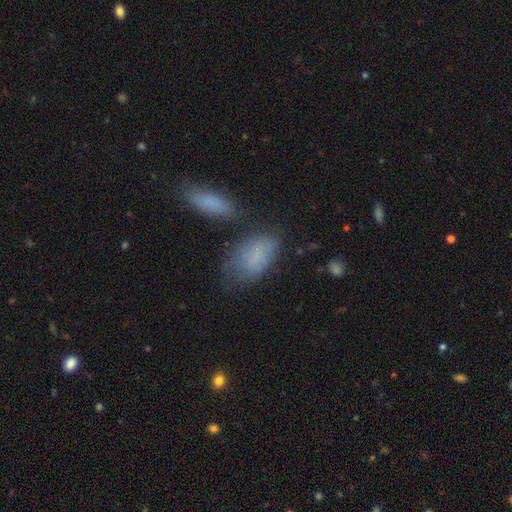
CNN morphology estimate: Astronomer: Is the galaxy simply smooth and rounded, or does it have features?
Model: smooth — 75%.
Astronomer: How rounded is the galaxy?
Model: in between — 90%.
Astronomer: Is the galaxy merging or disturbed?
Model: none — 46% (runner-up: minor disturbance, 26%).